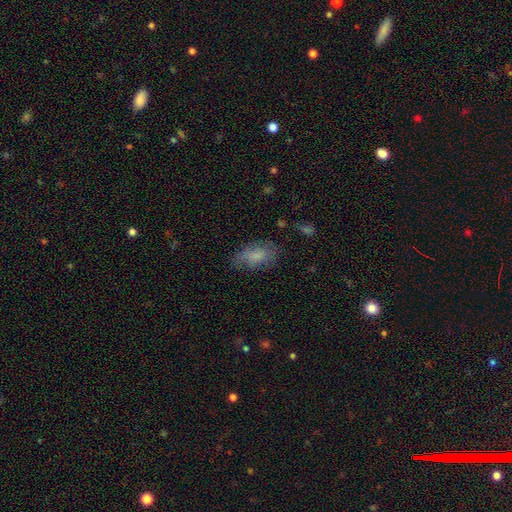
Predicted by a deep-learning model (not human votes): The model was most divided on "merging": none: 63%, minor disturbance: 25%, major disturbance: 10%, merger: 2%. More confident: how rounded — in between (89%); smooth or featured — smooth (73%).